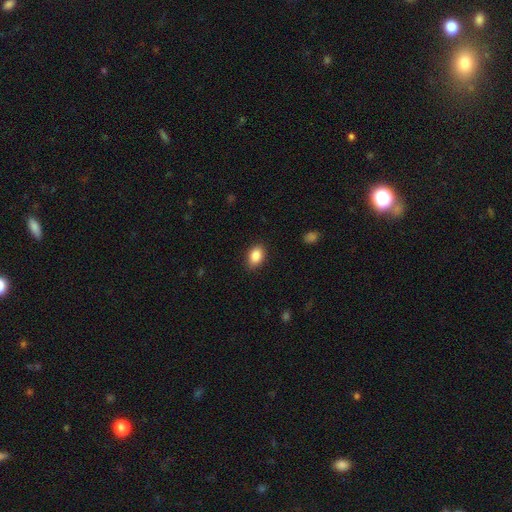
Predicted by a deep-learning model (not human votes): Q: Smooth or featured?
A: smooth (87%); runner-up: star or artifact (8%)
Q: How rounded?
A: in between (84%); runner-up: round (15%)
Q: Merging?
A: none (86%); runner-up: minor disturbance (10%)